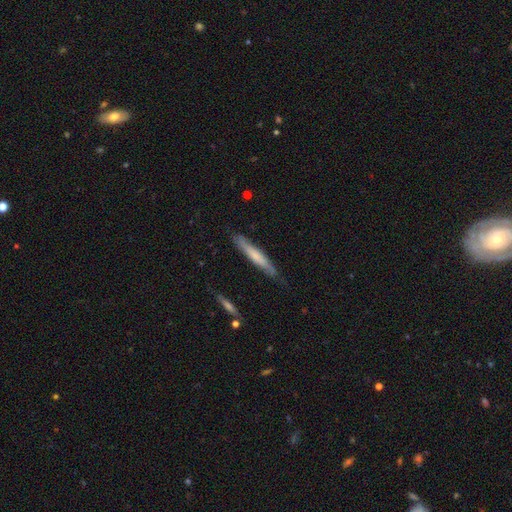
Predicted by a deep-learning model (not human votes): Smooth or featured? smooth (57%)
How rounded? cigar-shaped (93%)
Merging? none (77%)